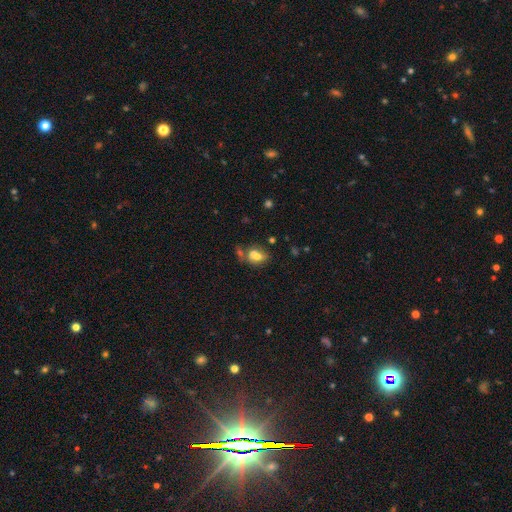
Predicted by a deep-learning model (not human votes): smooth_or_featured: smooth (p=0.65) [alt: featured or disk p=0.22]
how_rounded: in between (p=0.71) [alt: round p=0.26]
merging: merger (p=0.47) [alt: none p=0.32]